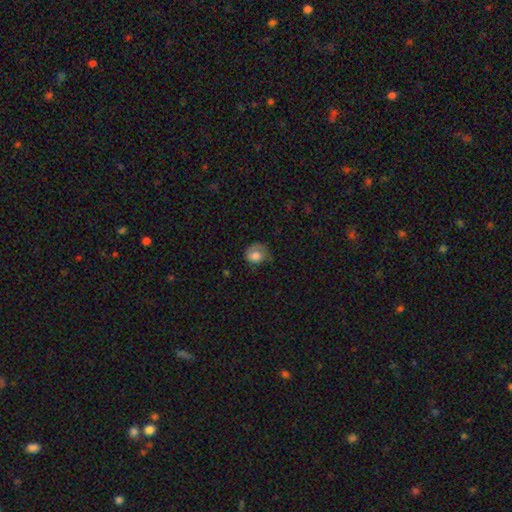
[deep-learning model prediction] This is likely a smooth galaxy (75%). How rounded: likely round (66%). Merging: marginally none (41%).